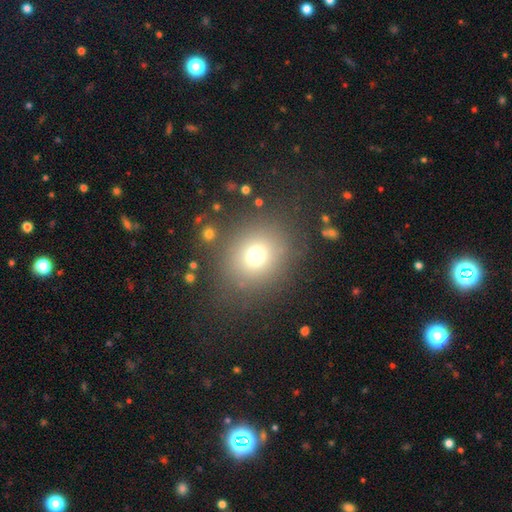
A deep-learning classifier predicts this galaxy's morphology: This is likely a smooth galaxy (71%). How rounded: likely round (78%). Merging: clearly none (81%).